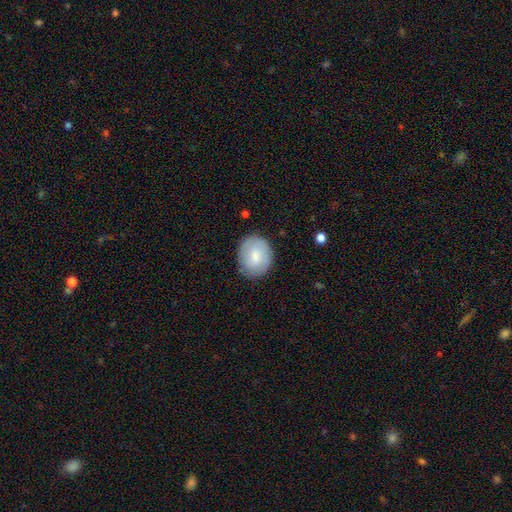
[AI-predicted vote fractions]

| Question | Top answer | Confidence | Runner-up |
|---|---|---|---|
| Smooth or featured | smooth | 64% | featured or disk (30%) |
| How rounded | round | 71% | in between (28%) |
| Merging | none | 82% | minor disturbance (13%) |